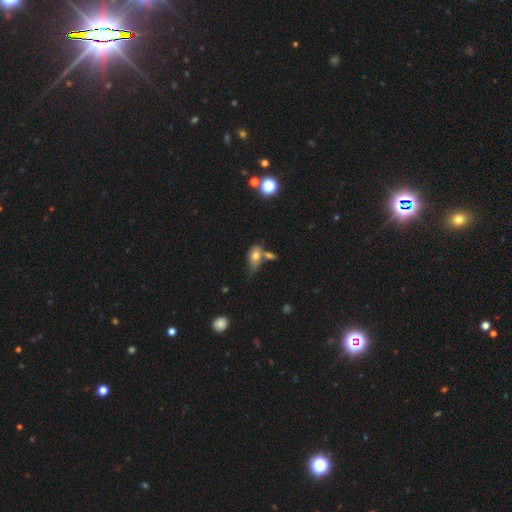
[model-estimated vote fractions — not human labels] Q: Smooth or featured?
A: smooth (72%); runner-up: featured or disk (18%)
Q: How rounded?
A: in between (86%); runner-up: round (10%)
Q: Merging?
A: none (36%); runner-up: merger (34%)